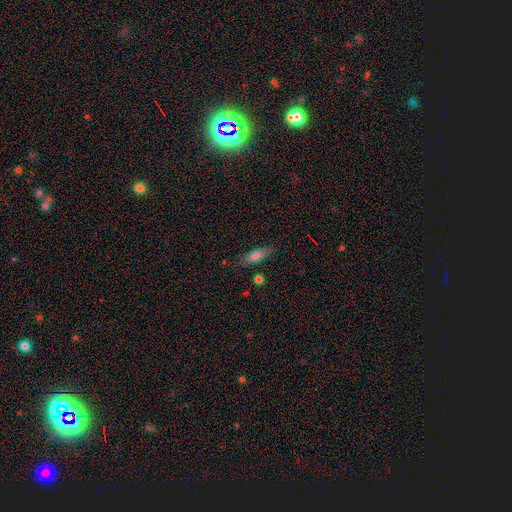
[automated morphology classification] smooth-or-featured: smooth: 68% | featured or disk: 24% | star or artifact: 8%
  how-rounded: cigar-shaped: 54% | in between: 43% | round: 3%
  merging: none: 81% | minor disturbance: 14% | major disturbance: 3% | merger: 3%